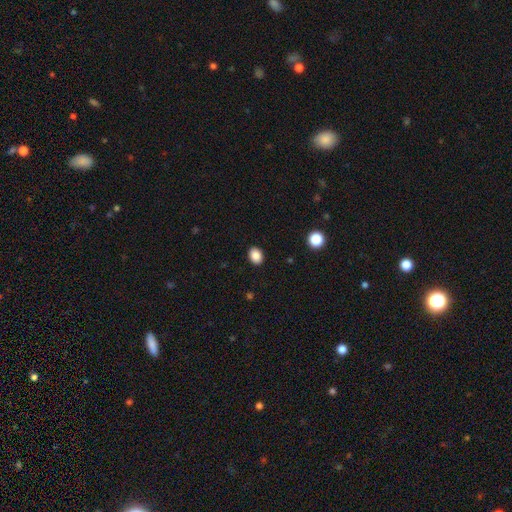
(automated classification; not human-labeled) smooth-or-featured: smooth: 87% | star or artifact: 9% | featured or disk: 3%
  how-rounded: in between: 65% | round: 34% | cigar-shaped: 1%
  merging: none: 90% | minor disturbance: 7% | major disturbance: 2% | merger: 1%